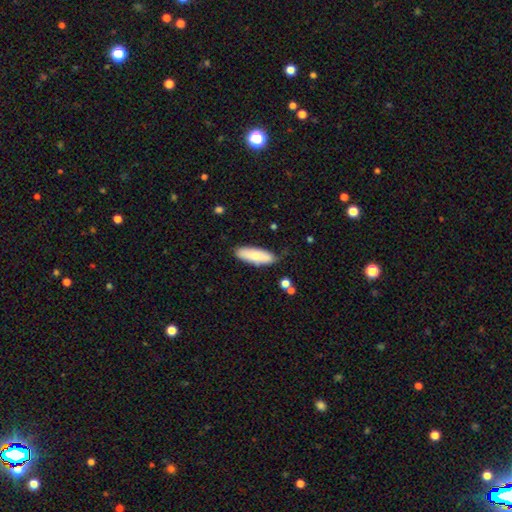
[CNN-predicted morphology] Smooth or featured? smooth (80%)
How rounded? in between (55%)
Merging? none (81%)